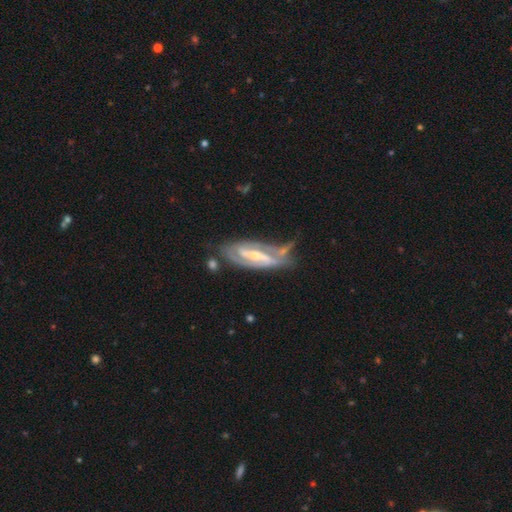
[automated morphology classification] smooth_or_featured: featured or disk (p=0.88) [alt: smooth p=0.07]
disk_edge_on: no (p=0.90) [alt: yes p=0.10]
bar: strong (p=0.54) [alt: weak p=0.31]
has_spiral_arms: yes (p=0.93) [alt: no p=0.07]
spiral_winding: medium (p=0.43) [alt: tight p=0.40]
spiral_arm_count: 2 (p=0.81) [alt: can't tell p=0.10]
bulge_size: moderate (p=0.48) [tied with: small p=0.48]
merging: none (p=0.53) [alt: minor disturbance p=0.25]